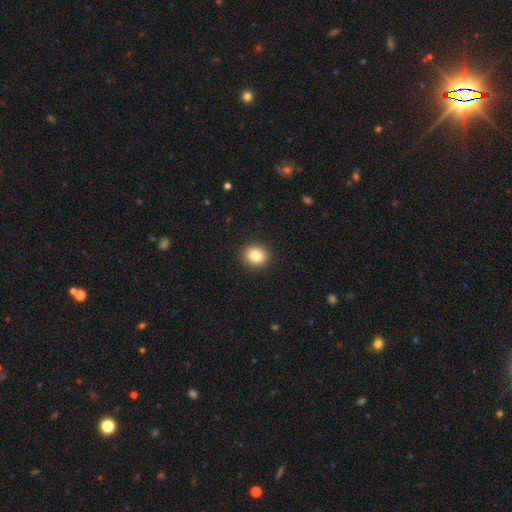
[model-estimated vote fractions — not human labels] smooth_or_featured: smooth (p=0.84) [alt: star or artifact p=0.09]
how_rounded: round (p=0.84) [alt: in between p=0.15]
merging: none (p=0.92) [alt: minor disturbance p=0.05]